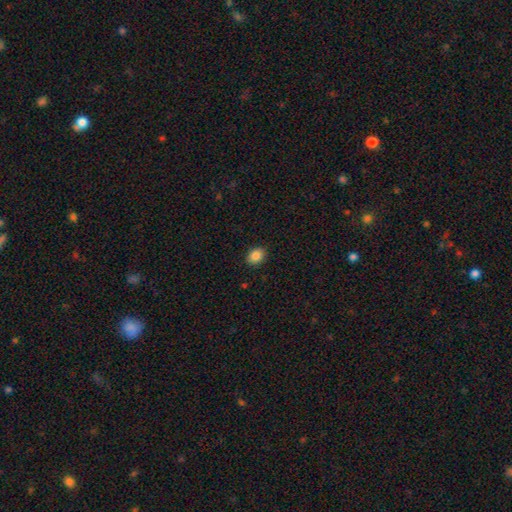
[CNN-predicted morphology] A smooth galaxy with no disk features (87%) that is in between round and cigar-shaped (61%).

Vote fractions:
- Smooth or featured? smooth: 87% / star or artifact: 9% / featured or disk: 4%
- How rounded? in between: 61% / round: 38% / cigar-shaped: 1%
- Merging? none: 88% / minor disturbance: 9% / major disturbance: 2% / merger: 1%